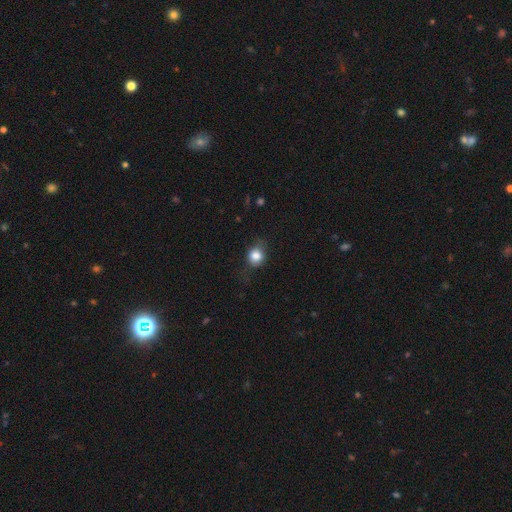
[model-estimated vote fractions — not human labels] smooth 80%, featured or disk 11%, star or artifact 10%. Down the decision tree: how rounded — round (66%); merging — none (66%).